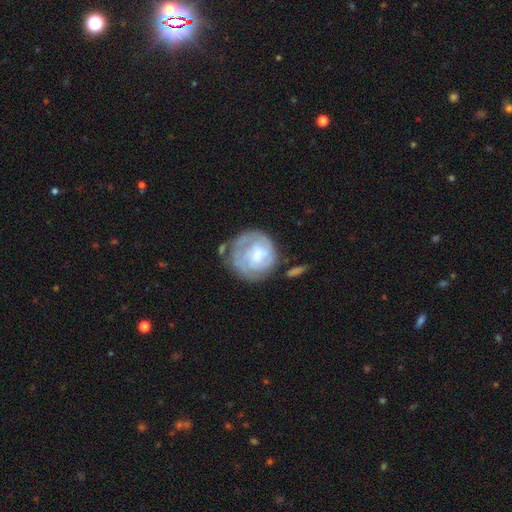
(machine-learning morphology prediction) Smooth or featured? Predicted: featured or disk (p=0.60). Edge-on disk? Predicted: no (p=0.98). Bar? Predicted: no (p=0.56). Spiral arms? Predicted: yes (p=0.71). Bulge size? Predicted: small (p=0.39). Merging? Predicted: none (p=0.53).